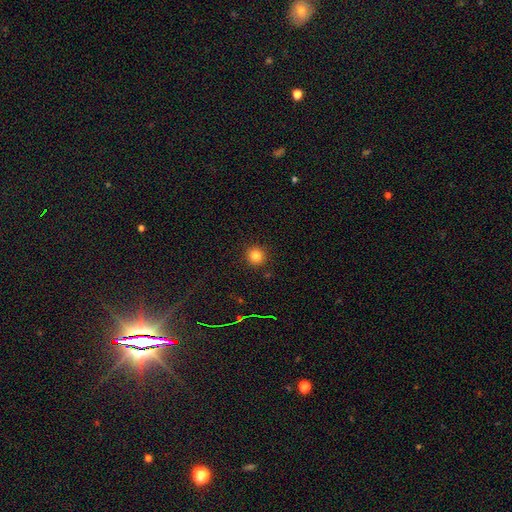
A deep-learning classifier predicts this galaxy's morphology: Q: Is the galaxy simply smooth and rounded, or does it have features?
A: smooth — 82%.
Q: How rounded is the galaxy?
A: round — 93%.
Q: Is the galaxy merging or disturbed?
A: none — 91%.